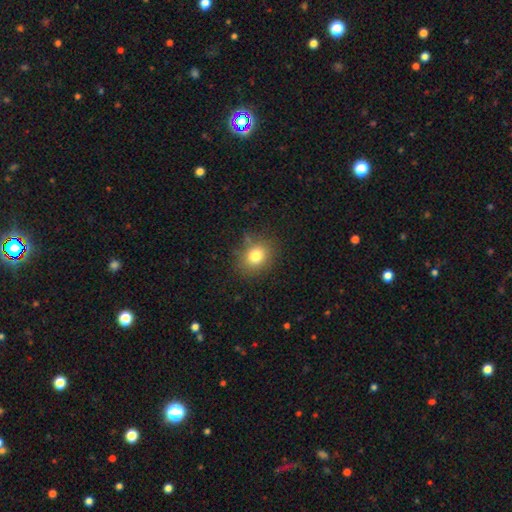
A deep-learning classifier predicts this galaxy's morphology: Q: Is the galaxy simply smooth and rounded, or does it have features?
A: smooth — 79%.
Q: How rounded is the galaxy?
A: round — 64%.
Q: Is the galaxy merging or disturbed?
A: none — 79%.